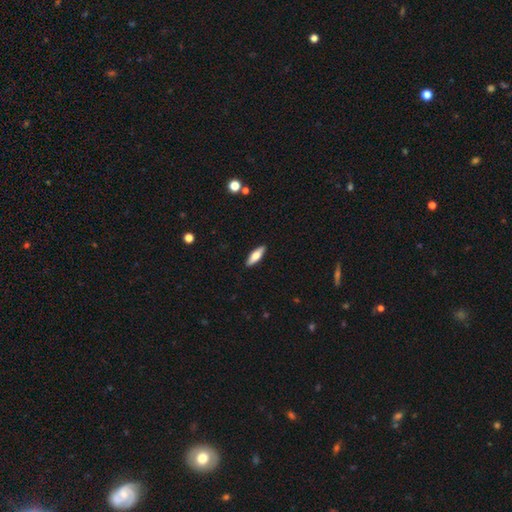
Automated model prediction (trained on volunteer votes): smooth-or-featured: smooth: 67% | featured or disk: 28% | star or artifact: 6%
  how-rounded: cigar-shaped: 49% (tied) | in between: 49% (tied) | round: 2%
  merging: none: 90% | minor disturbance: 7% | major disturbance: 2% | merger: 1%